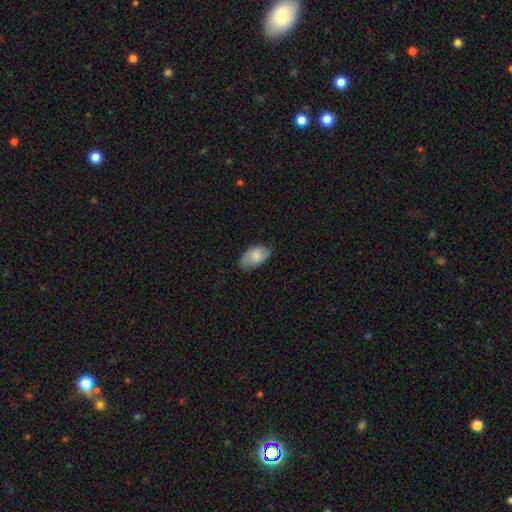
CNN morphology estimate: A smooth galaxy with no disk features (75%) that is in between round and cigar-shaped (93%). Merging: none (70%).